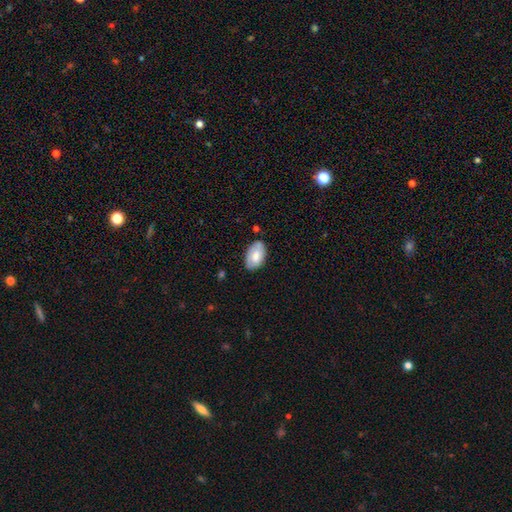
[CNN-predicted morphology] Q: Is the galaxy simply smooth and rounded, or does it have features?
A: smooth — 69%.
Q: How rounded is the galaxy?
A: in between — 93%.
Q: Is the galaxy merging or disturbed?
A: none — 75%.